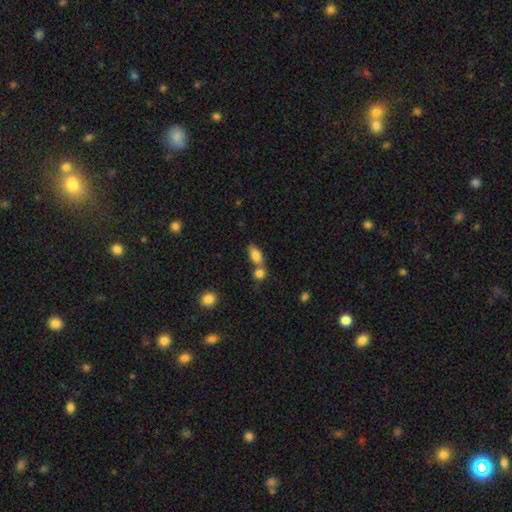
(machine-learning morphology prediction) This appears to be a smooth galaxy with no disk features (81%) that is in between round and cigar-shaped (84%). Merging: none (43%).